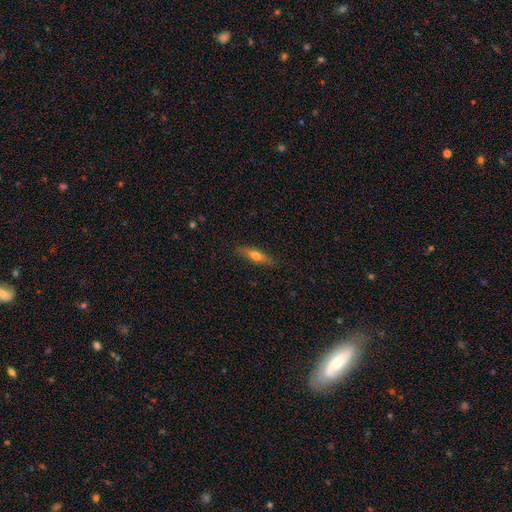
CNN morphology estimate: This is possibly a smooth galaxy (55%). How rounded: likely cigar-shaped (68%). Merging: clearly none (85%).